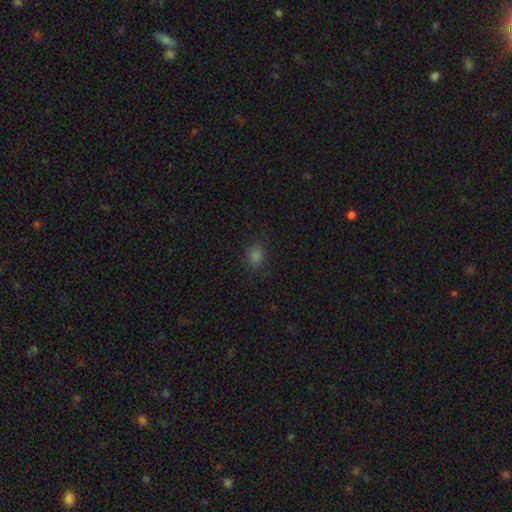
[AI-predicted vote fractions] Smooth or featured? Predicted: smooth (p=0.77). How rounded? Predicted: round (p=0.58). Merging? Predicted: none (p=0.84).